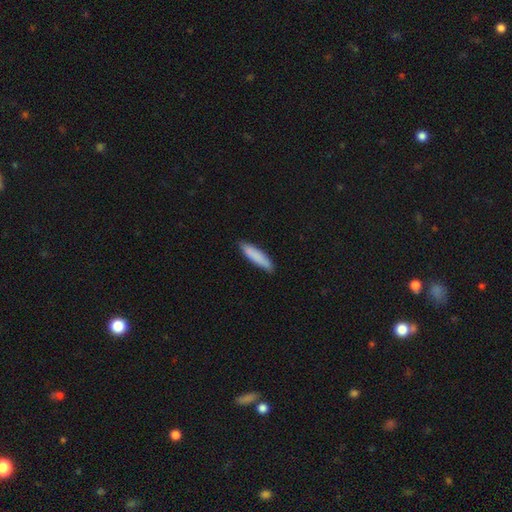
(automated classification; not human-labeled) A smooth galaxy with no disk features (85%) that is cigar-shaped (79%).

Vote fractions:
- Smooth or featured? smooth: 85% / featured or disk: 9% / star or artifact: 6%
- How rounded? cigar-shaped: 79% / in between: 20% / round: 1%
- Merging? none: 85% / minor disturbance: 12% / major disturbance: 2% / merger: 1%